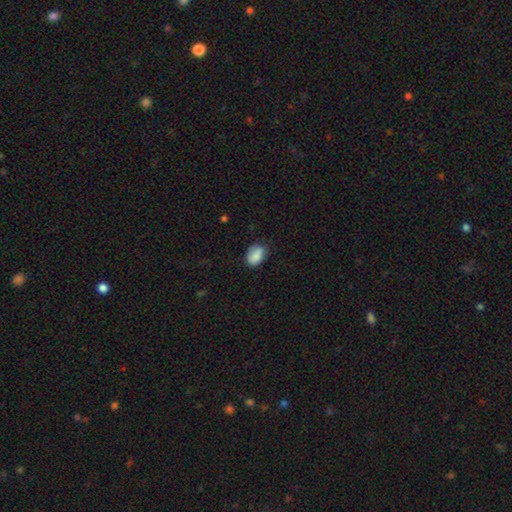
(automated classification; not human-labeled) A smooth galaxy with no disk features (84%) that is in between round and cigar-shaped (81%).

Vote fractions:
- Smooth or featured? smooth: 84% / featured or disk: 8% / star or artifact: 8%
- How rounded? in between: 81% / round: 17% / cigar-shaped: 1%
- Merging? none: 70% / minor disturbance: 23% / major disturbance: 5% / merger: 2%